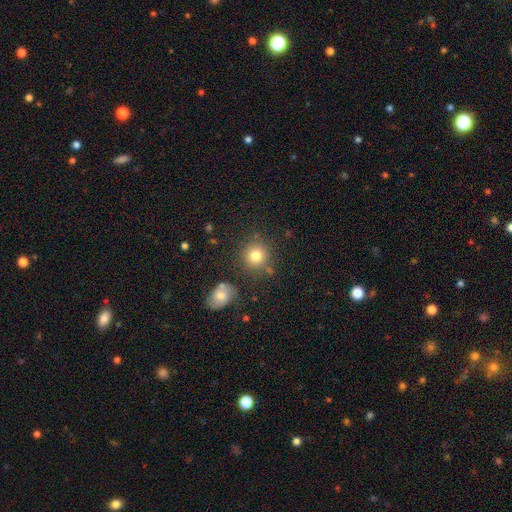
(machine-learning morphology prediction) Q: Smooth or featured?
A: smooth (80%); runner-up: star or artifact (12%)
Q: How rounded?
A: round (89%); runner-up: in between (10%)
Q: Merging?
A: none (79%); runner-up: minor disturbance (10%)